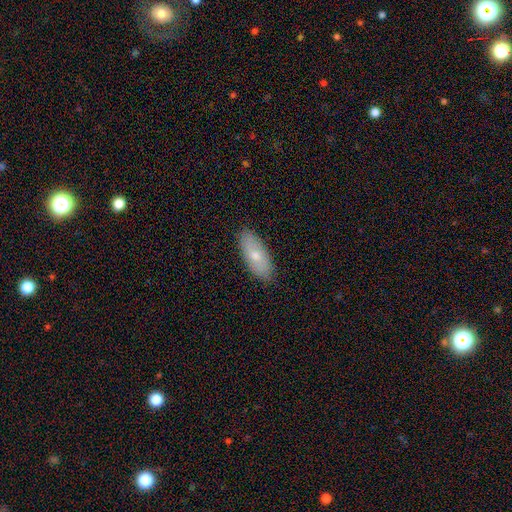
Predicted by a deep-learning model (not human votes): Q: Smooth or featured?
A: smooth (70%); runner-up: featured or disk (24%)
Q: How rounded?
A: in between (84%); runner-up: cigar-shaped (14%)
Q: Merging?
A: none (86%); runner-up: minor disturbance (11%)